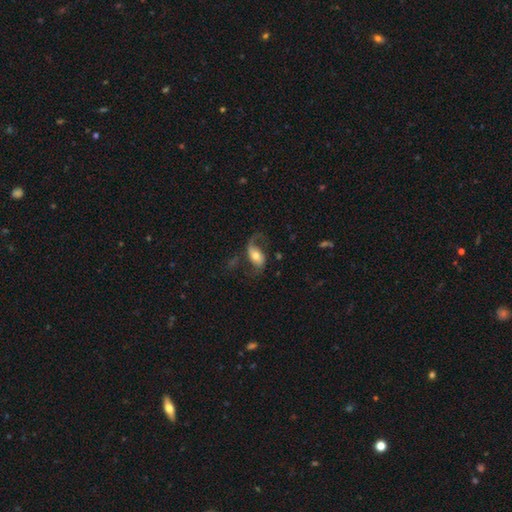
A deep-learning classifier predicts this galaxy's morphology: A featured or disk galaxy (70%) with no bar (47%), 2 (75%) loose (72%) spiral arms (89%) and a moderate central bulge (62%).

Vote fractions:
- Smooth or featured? featured or disk: 70% / smooth: 23% / star or artifact: 7%
- Edge-on disk? no: 95% / yes: 5%
- Bar? no: 47% / weak: 31% / strong: 22%
- Spiral arms? yes: 89% / no: 11%
- Spiral winding? loose: 72% / medium: 23% / tight: 5%
- Spiral arm count? 2: 75% / 1: 19% / can't tell: 3% / 3: 1% / 4: 1% / more than 4: 1%
- Bulge size? moderate: 62% / small: 24% / large: 11% / dominant: 2% / none: 2%
- Merging? none: 51% / major disturbance: 28% / minor disturbance: 18% / merger: 3%